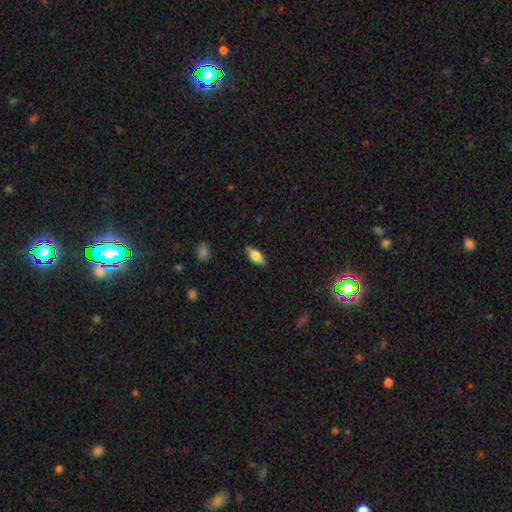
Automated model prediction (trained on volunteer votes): Smooth or featured: smooth — 58% (featured or disk — 35%)
How rounded: in between — 74% (cigar-shaped — 22%)
Merging: none — 86% (minor disturbance — 10%)